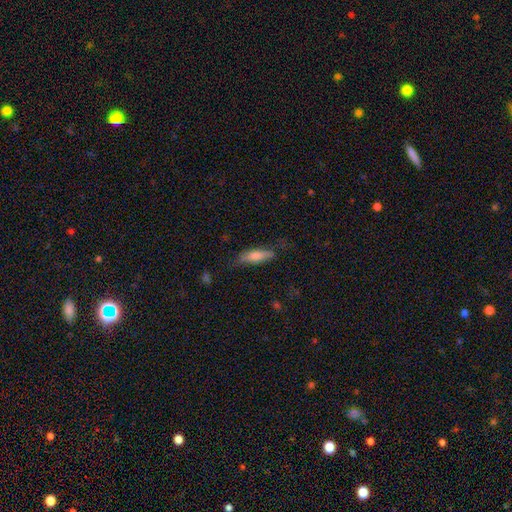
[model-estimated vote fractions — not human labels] This is likely a smooth galaxy (65%). How rounded: likely cigar-shaped (60%). Merging: likely none (69%).